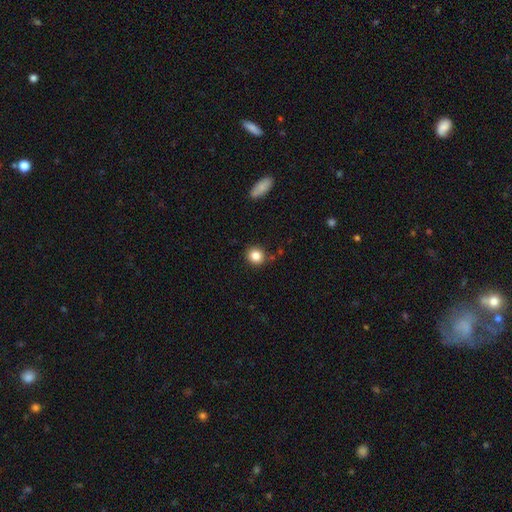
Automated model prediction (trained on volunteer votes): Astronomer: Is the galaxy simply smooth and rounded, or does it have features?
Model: smooth — 84%.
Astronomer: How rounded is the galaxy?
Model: round — 85%.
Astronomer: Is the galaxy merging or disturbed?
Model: none — 84%.